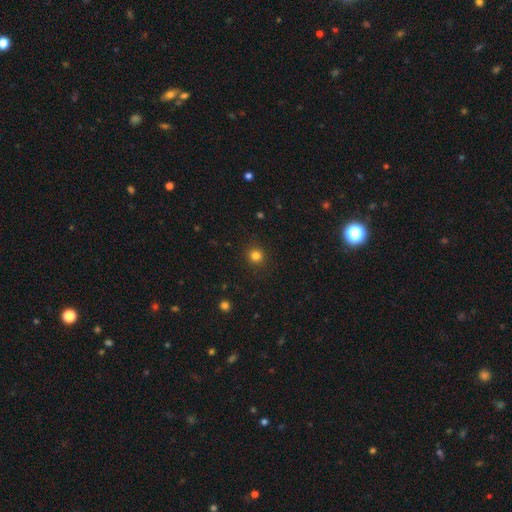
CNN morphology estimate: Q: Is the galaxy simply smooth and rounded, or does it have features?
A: smooth — 82%.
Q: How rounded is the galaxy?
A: round — 92%.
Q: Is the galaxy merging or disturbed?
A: none — 91%.